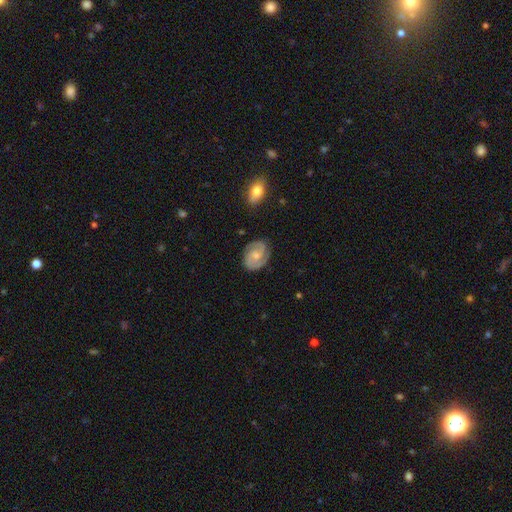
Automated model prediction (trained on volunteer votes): The model was most divided on "bulge size": small: 49%, moderate: 41%, none: 6%, large: 2%, dominant: 1%. More confident: edge-on disk — no (98%); spiral arms — yes (97%); spiral arm count — 2 (83%); smooth or featured — featured or disk (82%); merging — none (81%); bar — no (57%); spiral winding — tight (52%).